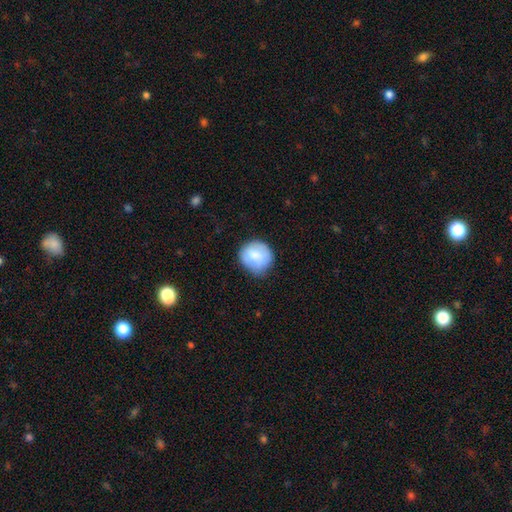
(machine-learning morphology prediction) Smooth or featured? smooth (79%)
How rounded? round (88%)
Merging? none (72%)